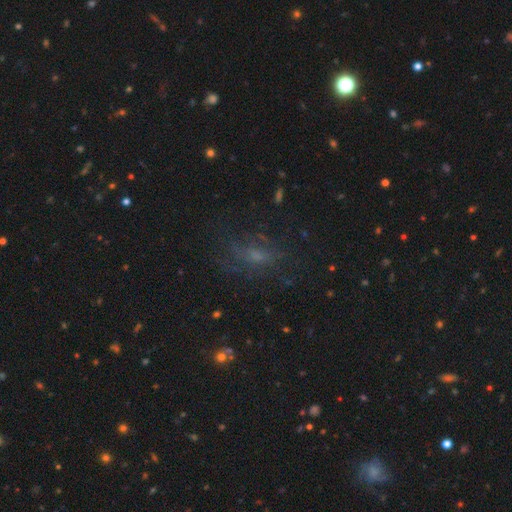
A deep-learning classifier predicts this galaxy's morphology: This is marginally a featured or disk galaxy (37%). Merging: likely none (62%).